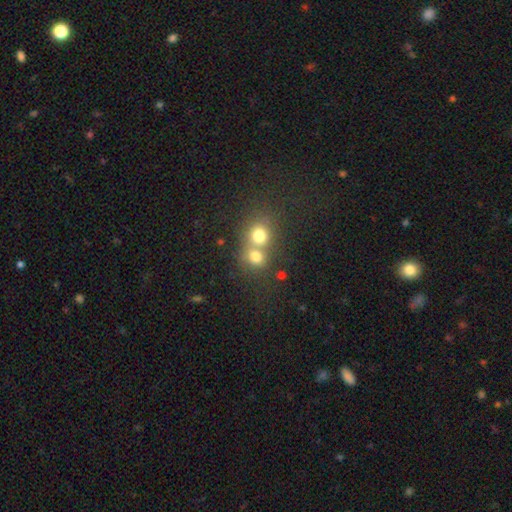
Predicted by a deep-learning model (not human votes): Q: Smooth or featured?
A: smooth (64%); runner-up: star or artifact (20%)
Q: How rounded?
A: round (79%); runner-up: in between (20%)
Q: Merging?
A: merger (57%); runner-up: none (34%)